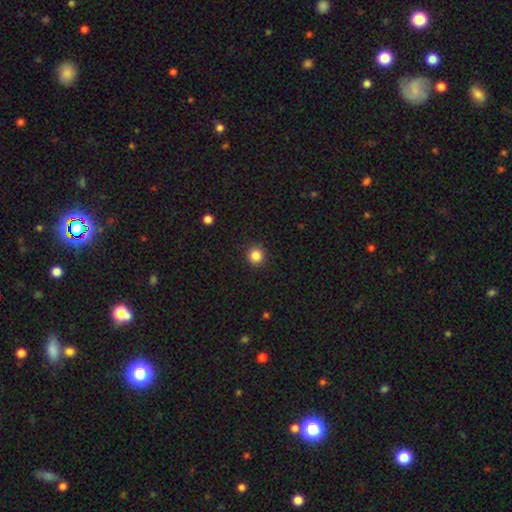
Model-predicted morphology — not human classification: Smooth or featured?
  - smooth: 86% *
  - star or artifact: 11%
  - featured or disk: 3%
How rounded?
  - round: 95% *
  - in between: 5%
  - cigar-shaped: 1%
Merging?
  - none: 91% *
  - minor disturbance: 6%
  - major disturbance: 2%
  - merger: 1%